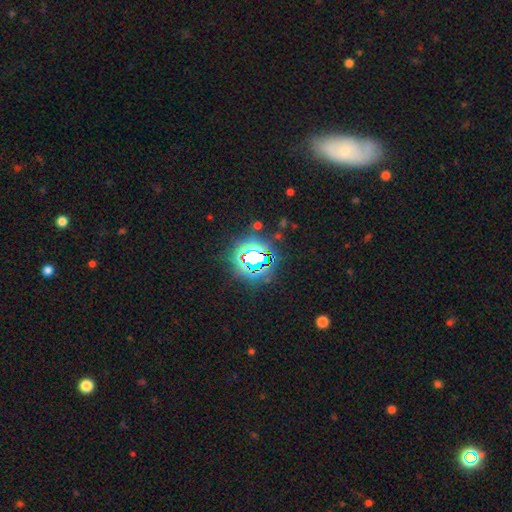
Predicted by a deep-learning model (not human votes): This is likely a star or artifact rather than a galaxy (77%).